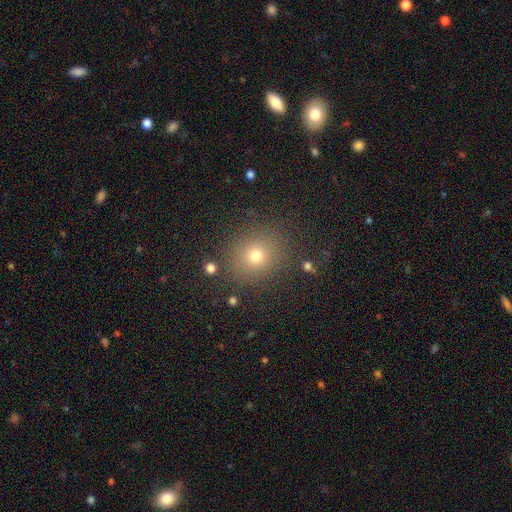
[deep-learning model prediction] This is likely a smooth galaxy (71%). How rounded: likely round (78%). Merging: clearly none (85%).